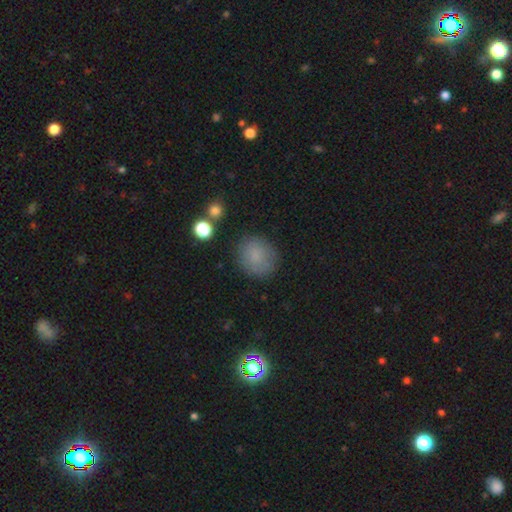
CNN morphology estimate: A smooth galaxy with no disk features (82%) that is round (80%). Merging: none (82%).